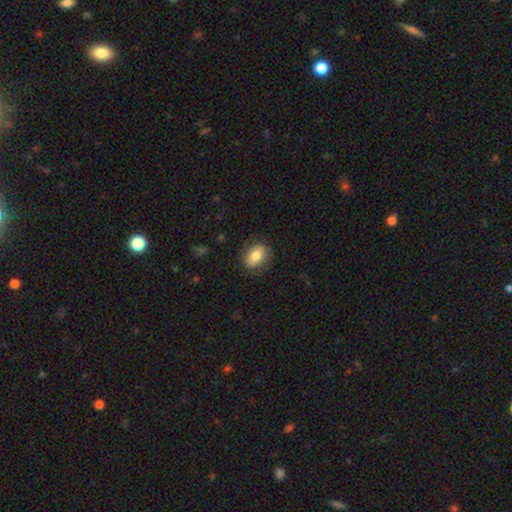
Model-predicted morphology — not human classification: type=smooth (78%); roundness=in between (72%); merging=none (83%).